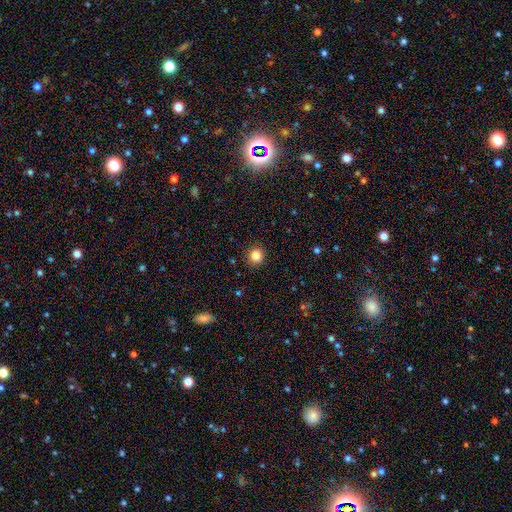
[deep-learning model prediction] Q: Smooth or featured?
A: smooth (84%); runner-up: star or artifact (11%)
Q: How rounded?
A: round (90%); runner-up: in between (9%)
Q: Merging?
A: none (90%); runner-up: minor disturbance (6%)